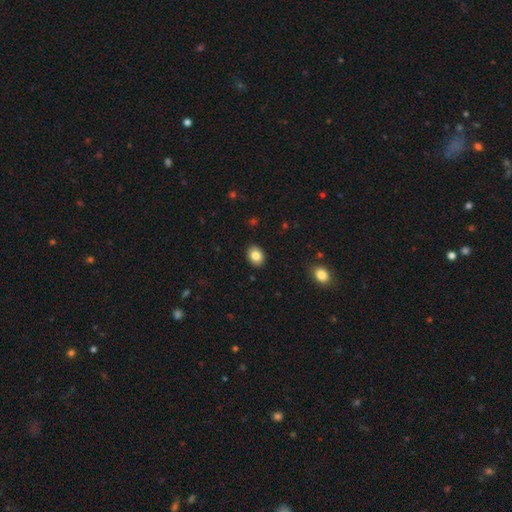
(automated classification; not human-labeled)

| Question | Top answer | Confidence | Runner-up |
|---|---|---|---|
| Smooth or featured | smooth | 83% | featured or disk (9%) |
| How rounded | in between | 61% | round (38%) |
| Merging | none | 90% | minor disturbance (7%) |